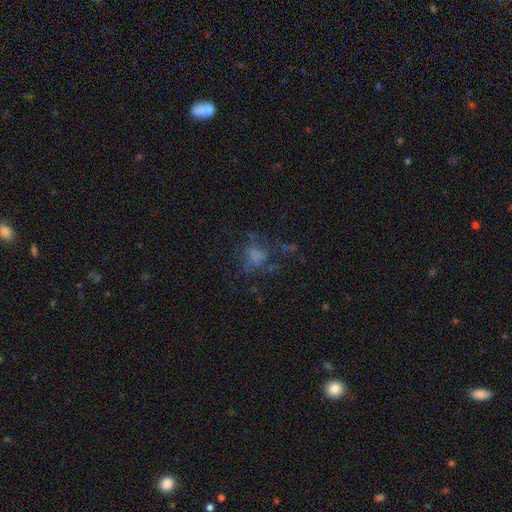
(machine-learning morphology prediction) smooth 48%, featured or disk 30%, star or artifact 22%. Down the decision tree: merging — none (47%).